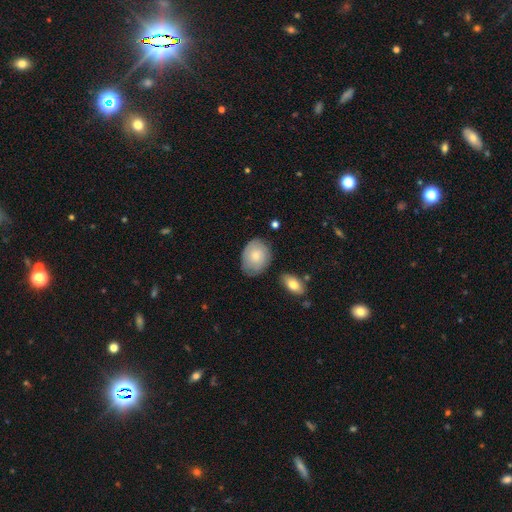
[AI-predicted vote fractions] Morphology: type=smooth (68%); roundness=in between (65%); merging=none (72%).